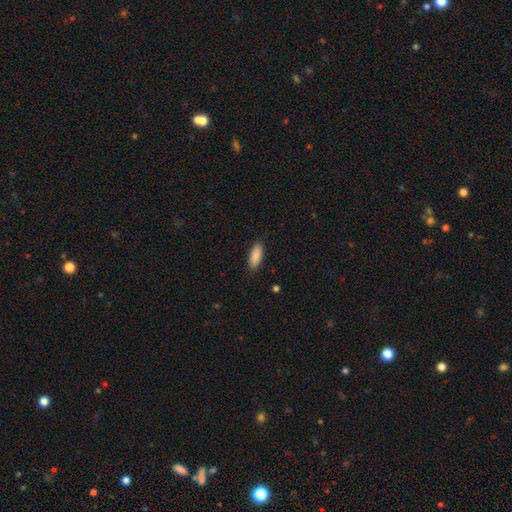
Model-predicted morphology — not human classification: smooth_or_featured: smooth (p=0.90) [alt: star or artifact p=0.06]
how_rounded: in between (p=0.77) [alt: cigar-shaped p=0.21]
merging: none (p=0.88) [alt: minor disturbance p=0.09]